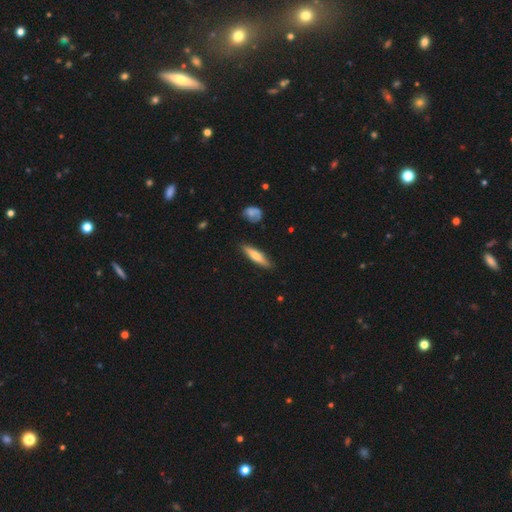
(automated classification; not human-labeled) Smooth or featured? Predicted: smooth (p=0.63). How rounded? Predicted: cigar-shaped (p=0.79). Merging? Predicted: none (p=0.86).